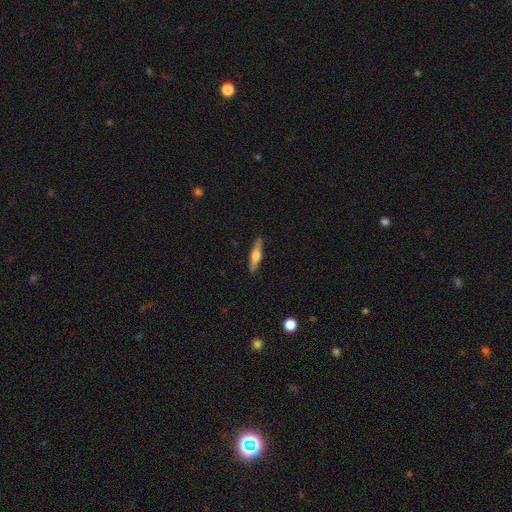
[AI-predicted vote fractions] smooth-or-featured: featured or disk: 52% | smooth: 41% | star or artifact: 6%
  disk-edge-on: yes: 95% | no: 5%
  merging: none: 88% | minor disturbance: 9% | major disturbance: 2% | merger: 1%